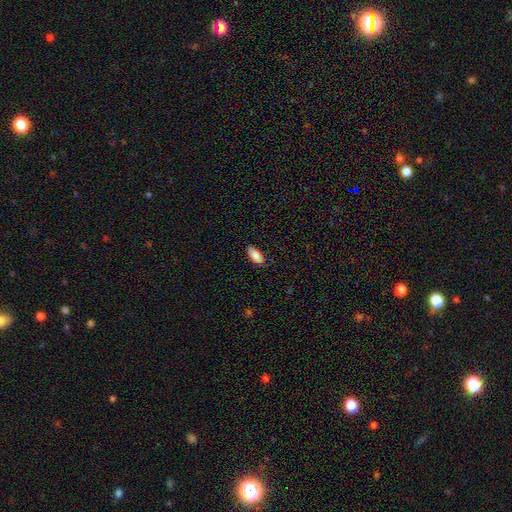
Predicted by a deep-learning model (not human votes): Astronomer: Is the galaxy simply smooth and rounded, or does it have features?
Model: smooth — 84%.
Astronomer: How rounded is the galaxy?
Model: in between — 86%.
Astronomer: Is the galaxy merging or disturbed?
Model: none — 79%.